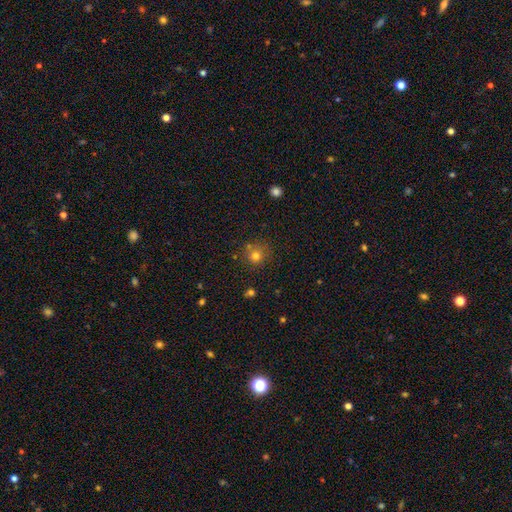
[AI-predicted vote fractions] The model was most divided on "smooth or featured": smooth: 76%, star or artifact: 16%, featured or disk: 8%. More confident: how rounded — round (91%); merging — none (77%).